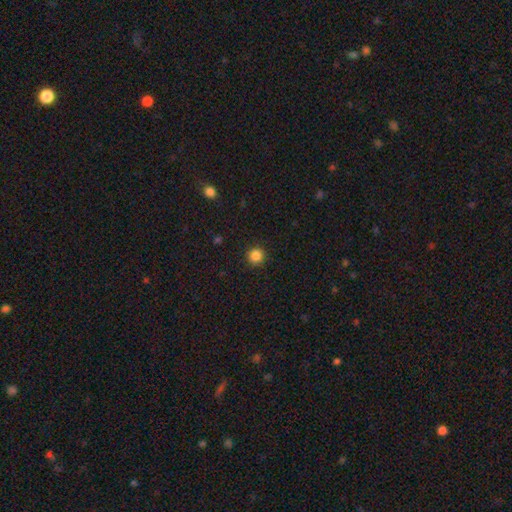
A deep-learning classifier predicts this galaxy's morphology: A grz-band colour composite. It shows a smooth galaxy with no disk features (86%) that is round (95%). Merging: none (92%).